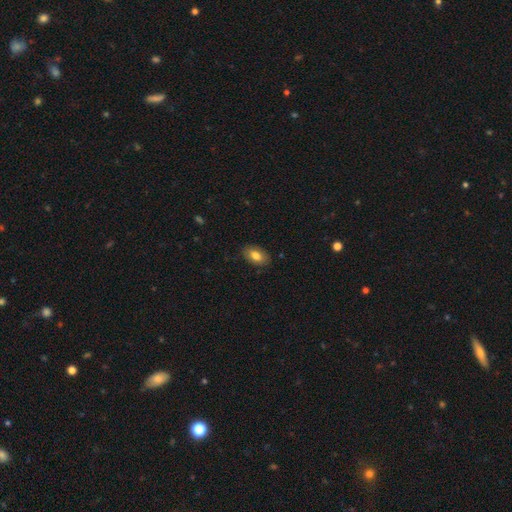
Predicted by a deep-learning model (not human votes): Smooth or featured?
  - smooth: 80% *
  - featured or disk: 13%
  - star or artifact: 7%
How rounded?
  - in between: 92% *
  - round: 6%
  - cigar-shaped: 2%
Merging?
  - none: 86% *
  - minor disturbance: 11%
  - major disturbance: 2%
  - merger: 1%